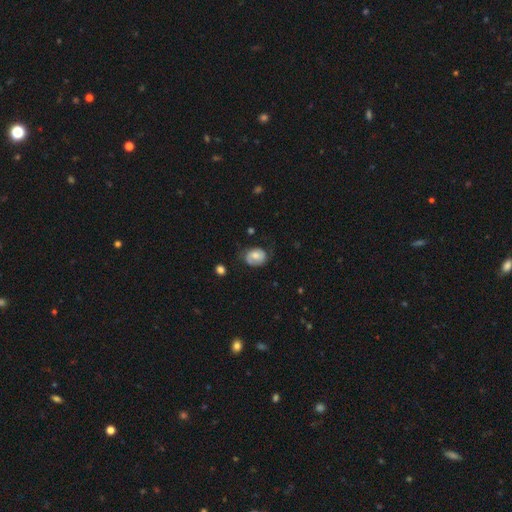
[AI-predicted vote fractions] Smooth or featured? Predicted: smooth (p=0.61). How rounded? Predicted: in between (p=0.52). Merging? Predicted: none (p=0.57).